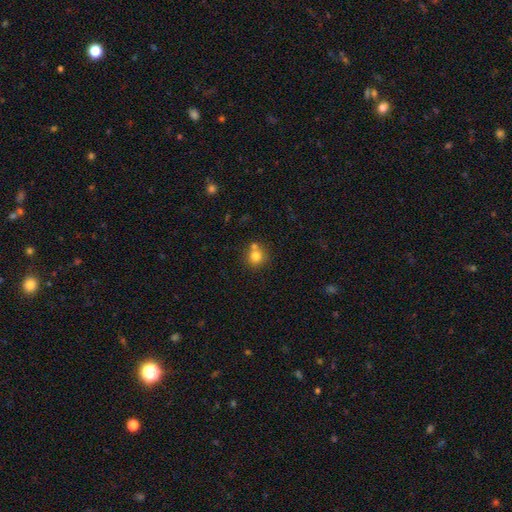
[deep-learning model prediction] Smooth or featured? smooth (78%)
How rounded? round (88%)
Merging? none (61%)